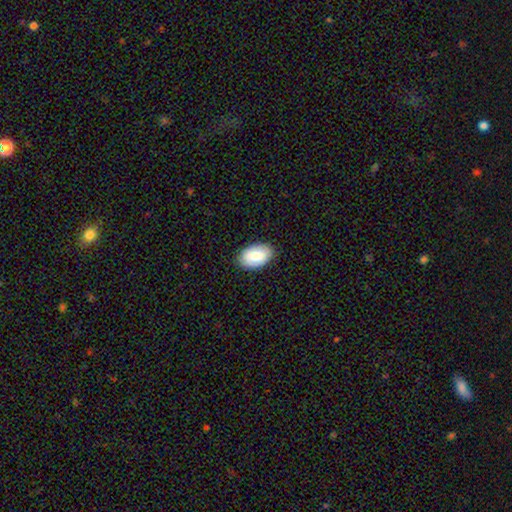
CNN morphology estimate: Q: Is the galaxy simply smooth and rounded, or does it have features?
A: smooth — 78%.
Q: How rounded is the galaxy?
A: in between — 93%.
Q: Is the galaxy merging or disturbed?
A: none — 87%.